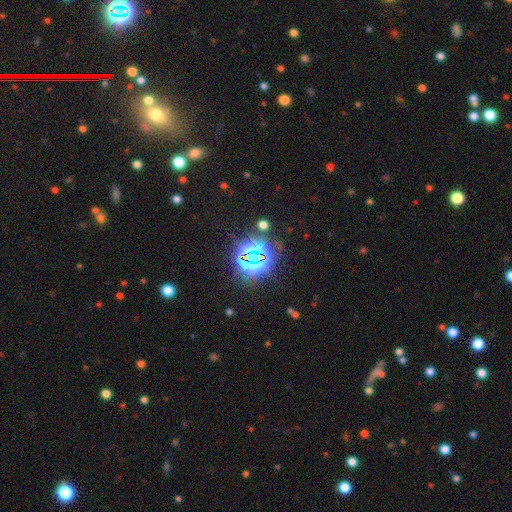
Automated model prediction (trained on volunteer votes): smooth_or_featured: star or artifact (p=0.79) [alt: smooth p=0.12]